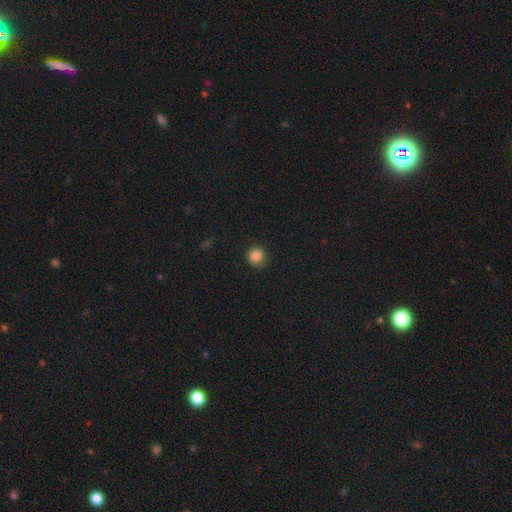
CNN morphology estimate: Smooth or featured: smooth — 86% (star or artifact — 11%)
How rounded: round — 92% (in between — 7%)
Merging: none — 82% (minor disturbance — 14%)